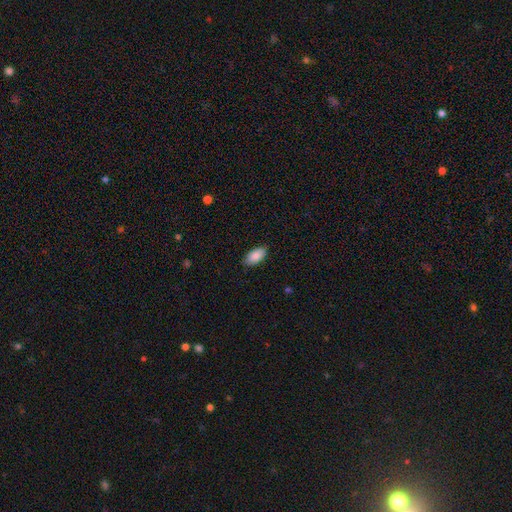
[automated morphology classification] This appears to be a smooth galaxy with no disk features (88%) that is in between round and cigar-shaped (94%). Merging: none (84%).